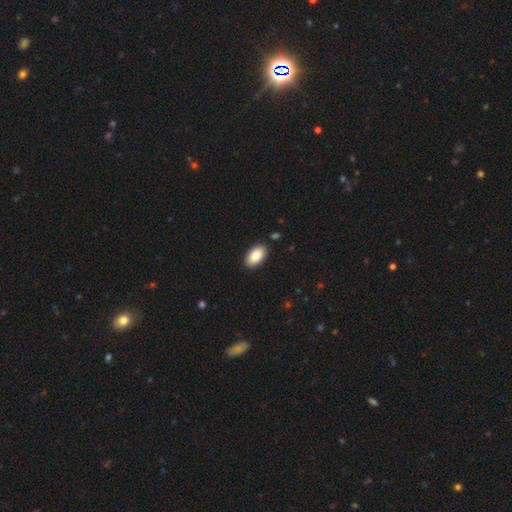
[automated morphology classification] The model was most divided on "smooth or featured": smooth: 87%, star or artifact: 7%, featured or disk: 6%. More confident: how rounded — in between (95%); merging — none (89%).